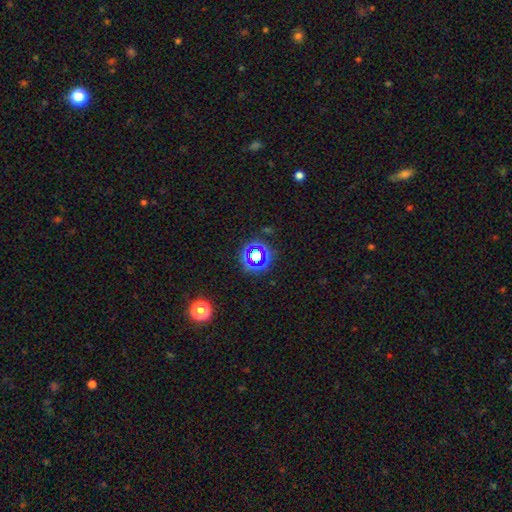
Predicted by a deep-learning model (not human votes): Overall: star or artifact (60%; smooth 29%).